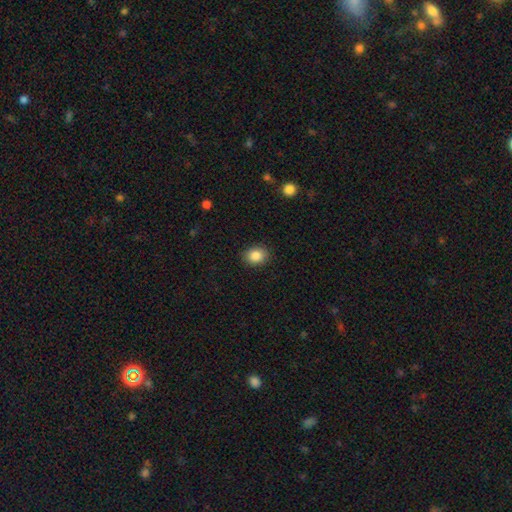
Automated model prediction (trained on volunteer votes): This is clearly a smooth galaxy (86%). How rounded: possibly in between (51%). Merging: clearly none (88%).